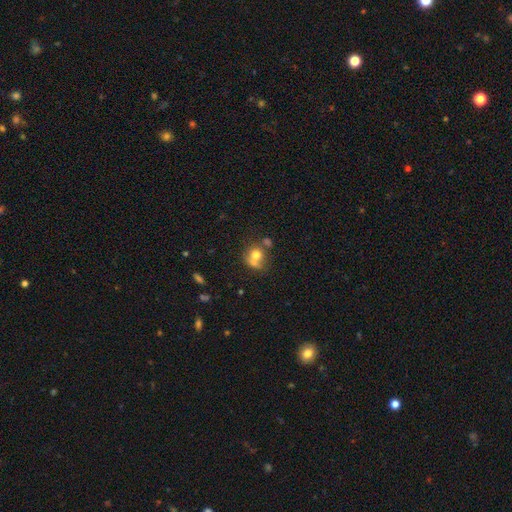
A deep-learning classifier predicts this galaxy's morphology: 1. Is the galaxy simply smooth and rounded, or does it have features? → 71% smooth, 18% featured or disk, 11% star or artifact.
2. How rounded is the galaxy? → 74% round, 25% in between, 1% cigar-shaped.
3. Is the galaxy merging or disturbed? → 41% merger, 36% none, 13% minor disturbance, 10% major disturbance.